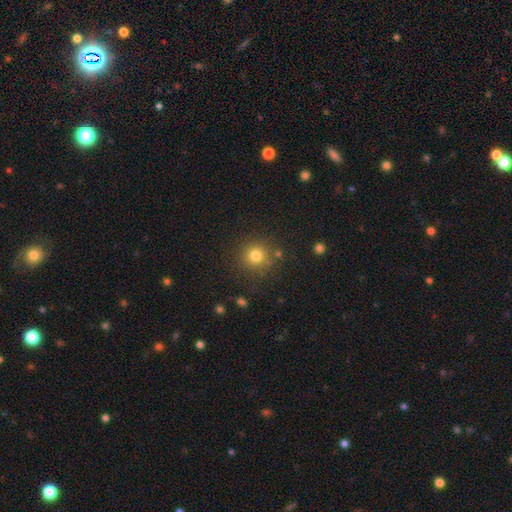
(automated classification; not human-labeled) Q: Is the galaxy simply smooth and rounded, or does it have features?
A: smooth — 79%.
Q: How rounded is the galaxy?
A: round — 93%.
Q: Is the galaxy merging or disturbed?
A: none — 83%.